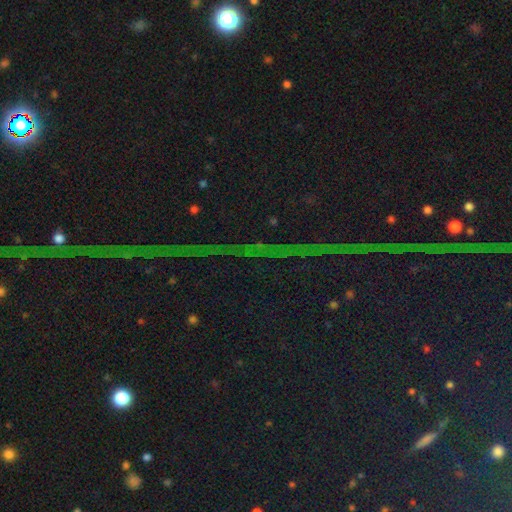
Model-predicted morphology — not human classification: A star or artifact, not a galaxy (86%).

Vote fractions:
- Smooth or featured? star or artifact: 86% / featured or disk: 8% / smooth: 6%